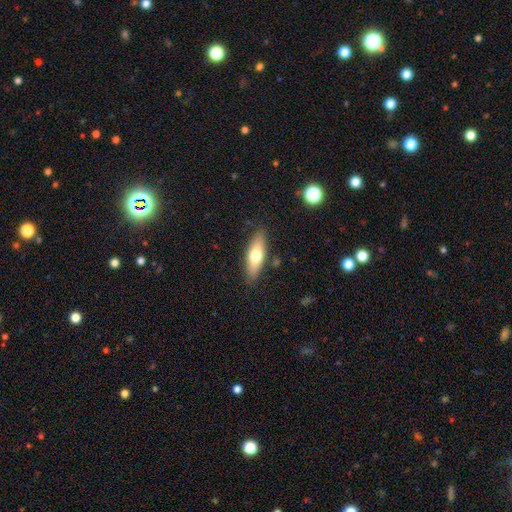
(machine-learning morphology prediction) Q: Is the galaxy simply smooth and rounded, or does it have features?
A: smooth — 63%.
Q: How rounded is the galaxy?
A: in between — 55%.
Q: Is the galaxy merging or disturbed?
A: none — 85%.